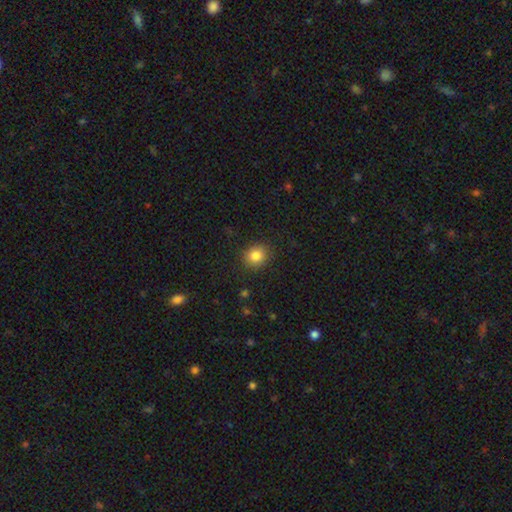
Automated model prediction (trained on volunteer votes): Smooth or featured? Predicted: smooth (p=0.84). How rounded? Predicted: round (p=0.78). Merging? Predicted: none (p=0.88).